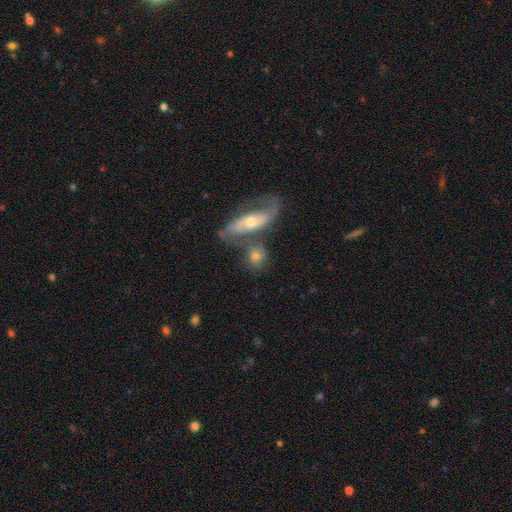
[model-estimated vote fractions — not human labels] Q: Smooth or featured?
A: smooth (52%); runner-up: featured or disk (41%)
Q: How rounded?
A: in between (46%); runner-up: round (43%)
Q: Merging?
A: none (41%); runner-up: merger (39%)